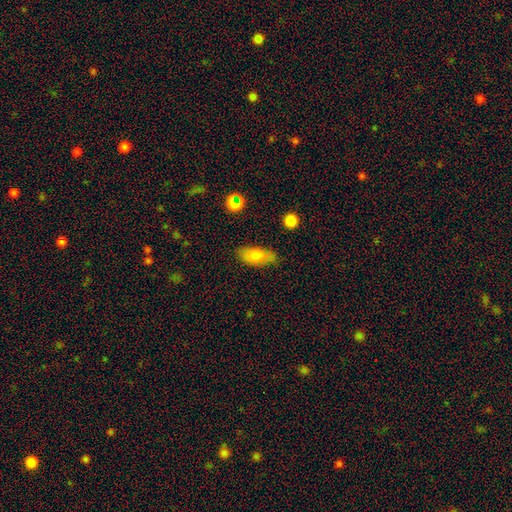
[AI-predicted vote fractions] A smooth galaxy with no disk features (78%) that is in between round and cigar-shaped (85%). Merging: none (74%).